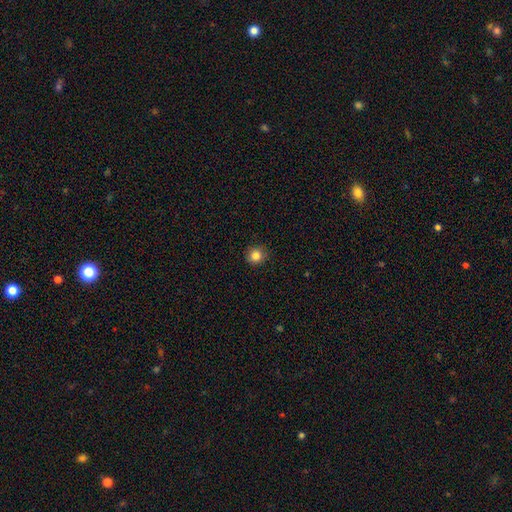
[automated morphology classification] A smooth galaxy with no disk features (84%) that is round (92%). Merging: none (90%).